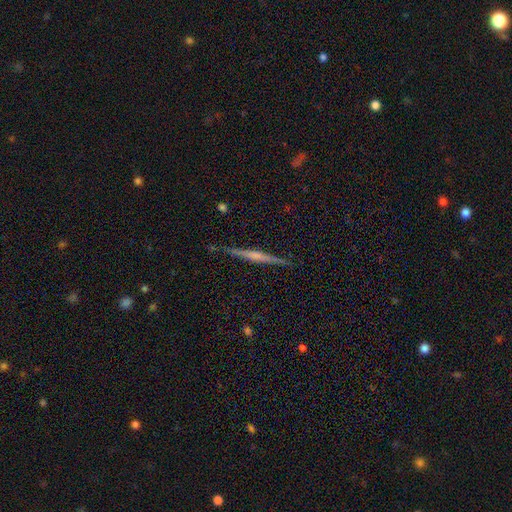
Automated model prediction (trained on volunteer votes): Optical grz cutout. It shows a featured or disk galaxy (72%) viewed edge-on (98%) with a rounded central bulge (52%). Merging: none (89%).